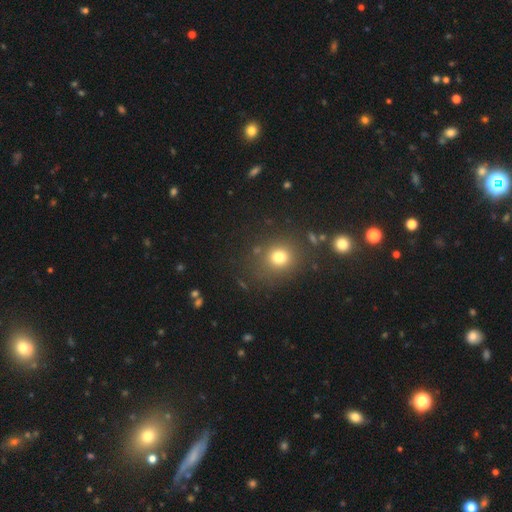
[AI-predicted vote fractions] Smooth or featured? smooth (57%)
How rounded? round (85%)
Merging? none (79%)